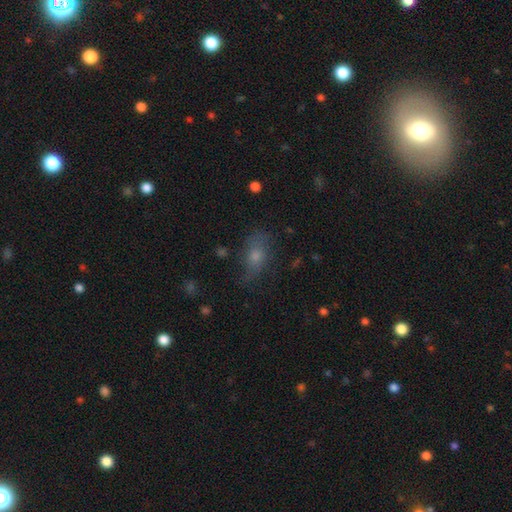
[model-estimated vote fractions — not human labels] Smooth or featured? smooth (55%)
How rounded? in between (75%)
Merging? none (67%)